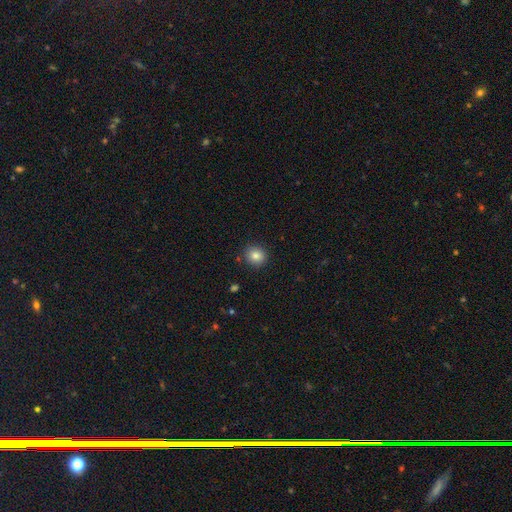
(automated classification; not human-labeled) This appears to be a smooth galaxy with no disk features (83%) that is round (87%). Merging: none (89%).